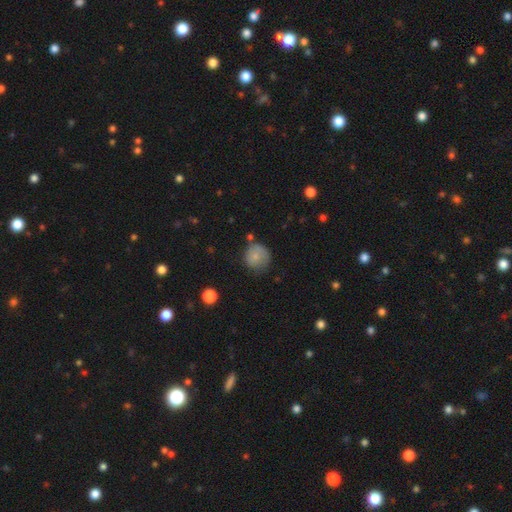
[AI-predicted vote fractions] A smooth galaxy with no disk features (78%) that is round (89%). Merging: none (62%).